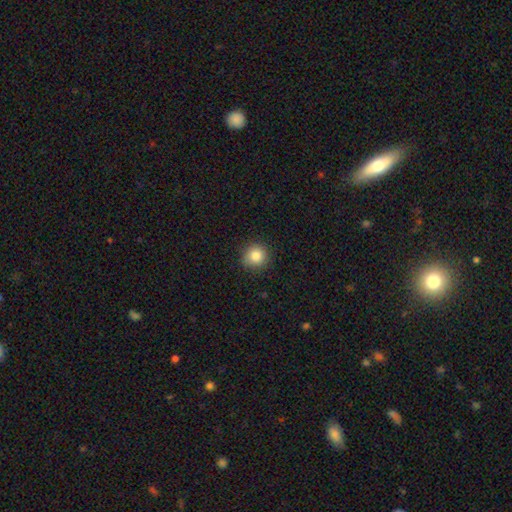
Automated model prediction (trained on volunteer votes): This is clearly a smooth galaxy (84%). How rounded: clearly round (92%). Merging: clearly none (87%).